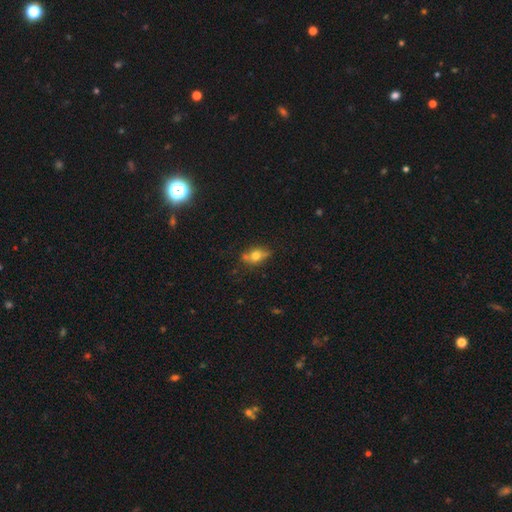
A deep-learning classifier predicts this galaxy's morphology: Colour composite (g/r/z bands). It shows a smooth galaxy with no disk features (56%) that is in between round and cigar-shaped (71%). Merging: none (69%).